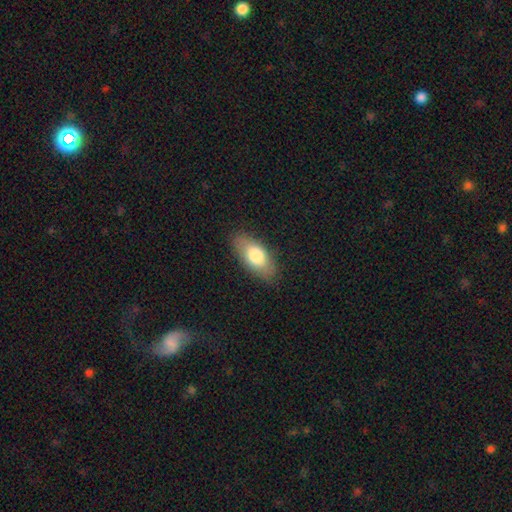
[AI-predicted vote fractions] The model was most divided on "smooth or featured": smooth: 77%, featured or disk: 17%, star or artifact: 6%. More confident: how rounded — in between (88%); merging — none (82%).